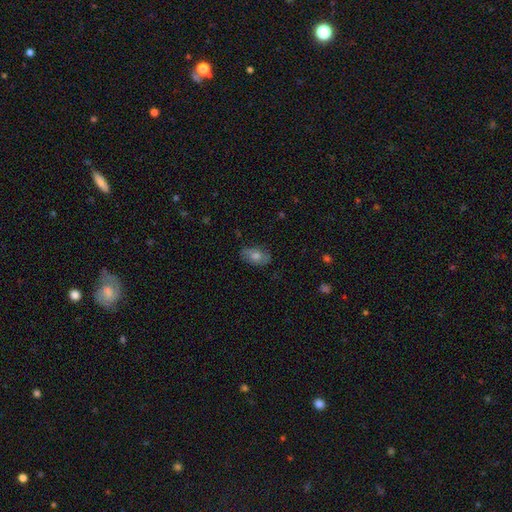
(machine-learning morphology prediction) Smooth or featured: smooth — 51% (featured or disk — 36%)
How rounded: in between — 87% (round — 11%)
Merging: none — 79% (minor disturbance — 16%)